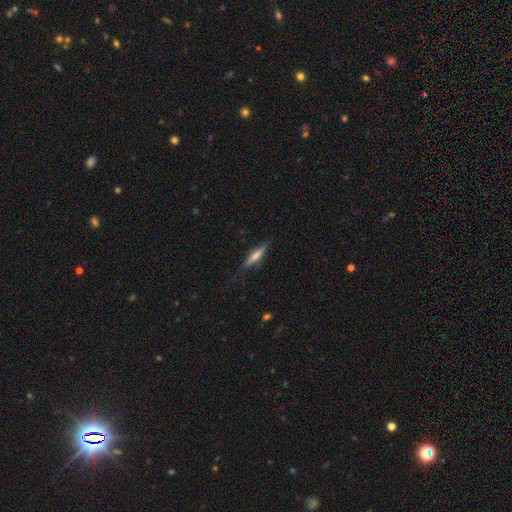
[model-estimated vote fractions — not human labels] A smooth galaxy with no disk features (51%) that is cigar-shaped (87%).

Vote fractions:
- Smooth or featured? smooth: 51% / featured or disk: 43% / star or artifact: 6%
- How rounded? cigar-shaped: 87% / in between: 11% / round: 2%
- Merging? none: 79% / minor disturbance: 16% / major disturbance: 4% / merger: 1%